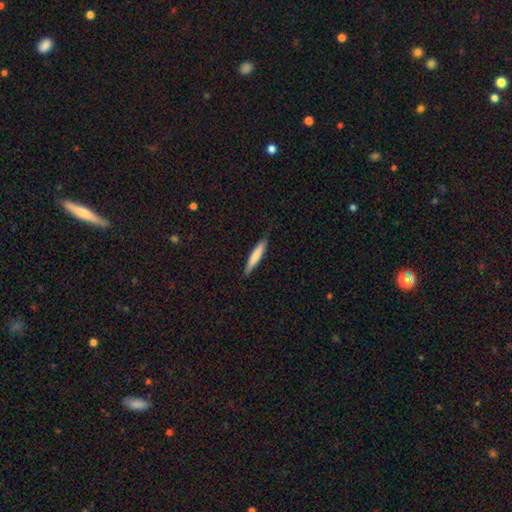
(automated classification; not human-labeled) smooth_or_featured: smooth (p=0.76) [alt: featured or disk p=0.19]
how_rounded: cigar-shaped (p=0.93) [alt: in between p=0.06]
merging: none (p=0.86) [alt: minor disturbance p=0.11]